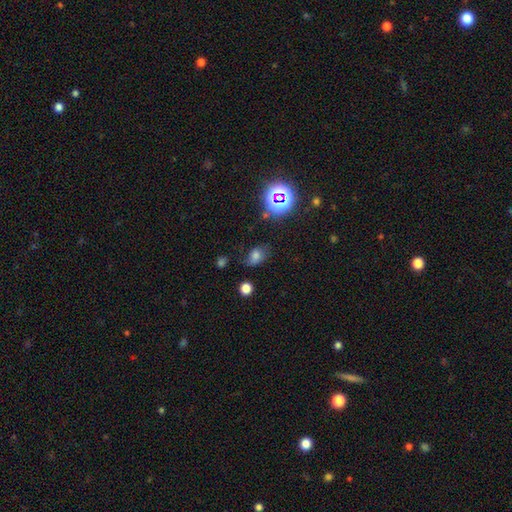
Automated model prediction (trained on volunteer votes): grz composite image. It shows a smooth galaxy with no disk features (65%) that is in between round and cigar-shaped (75%). Merging: none (59%).